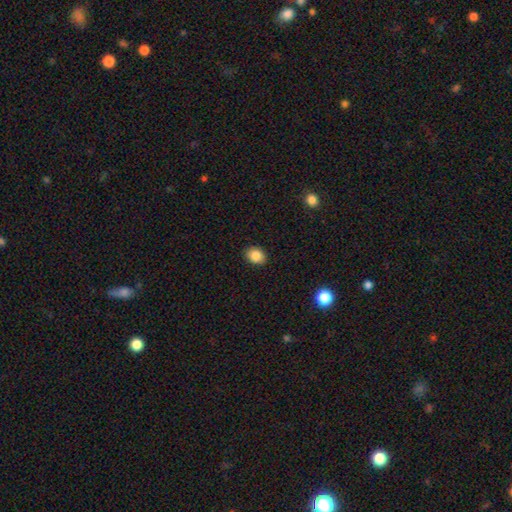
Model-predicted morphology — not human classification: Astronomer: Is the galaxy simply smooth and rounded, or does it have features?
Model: smooth — 86%.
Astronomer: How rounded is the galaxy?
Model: in between — 61% (runner-up: round, 38%).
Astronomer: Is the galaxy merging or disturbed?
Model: none — 90%.